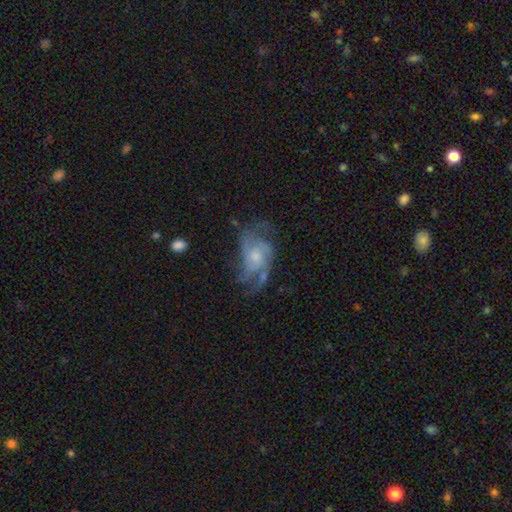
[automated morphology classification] This is likely a featured or disk galaxy (80%). It is clearly not viewed edge-on (97%). Bar: likely no (72%). Spiral arm pattern: clearly yes (90%). Spiral arm count: marginally 3 (32%). Spiral winding: possibly medium (48%). Central bulge: possibly moderate (45%). Merging: possibly none (53%).